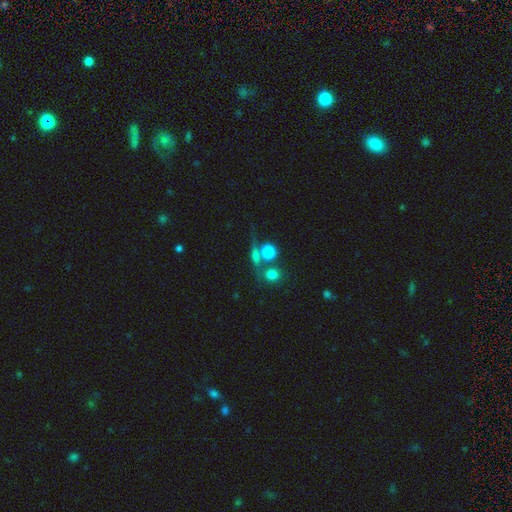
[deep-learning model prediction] Smooth or featured? smooth (53%)
How rounded? round (51%)
Merging? none (59%)